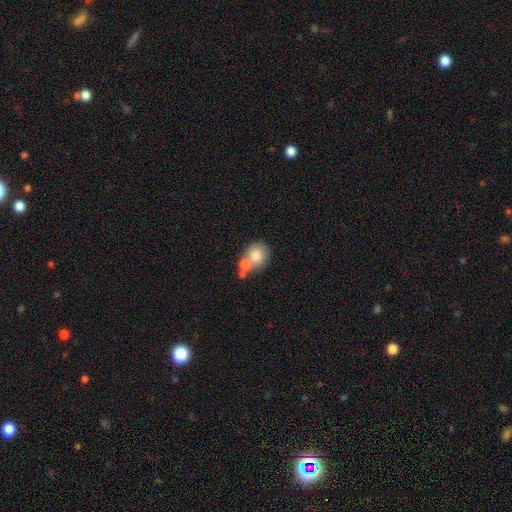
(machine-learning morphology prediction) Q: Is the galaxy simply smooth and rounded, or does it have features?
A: smooth — 78%.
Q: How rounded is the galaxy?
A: round — 73%.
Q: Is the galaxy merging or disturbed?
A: merger — 44%.